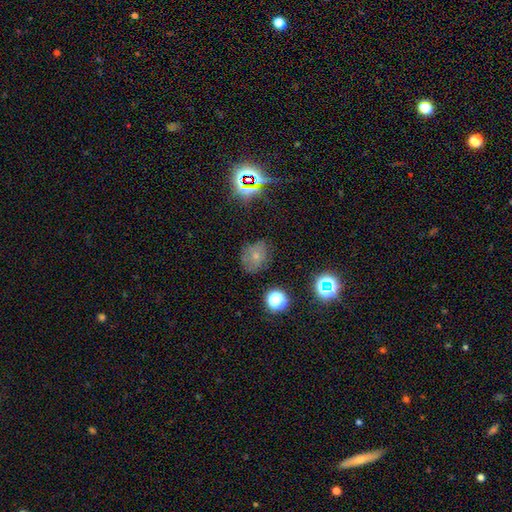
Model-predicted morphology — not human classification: This is possibly a smooth galaxy (58%). How rounded: possibly in between (54%). Merging: likely none (70%).